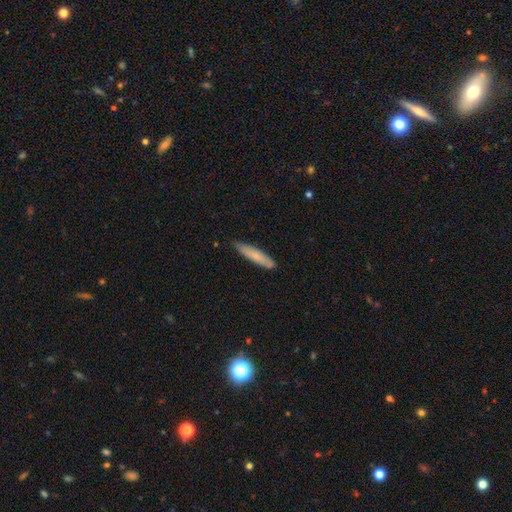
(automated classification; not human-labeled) A smooth galaxy with no disk features (75%) that is cigar-shaped (88%).

Vote fractions:
- Smooth or featured? smooth: 75% / featured or disk: 19% / star or artifact: 6%
- How rounded? cigar-shaped: 88% / in between: 11% / round: 1%
- Merging? none: 83% / minor disturbance: 14% / major disturbance: 2% / merger: 1%